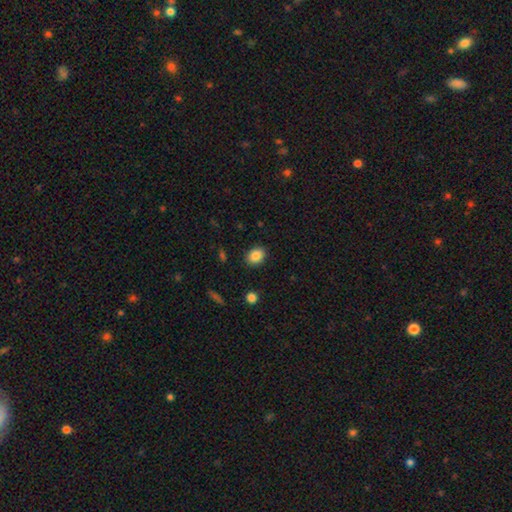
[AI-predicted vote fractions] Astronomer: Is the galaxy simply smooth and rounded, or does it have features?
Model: smooth — 86%.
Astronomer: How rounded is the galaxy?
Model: in between — 59% (runner-up: round, 40%).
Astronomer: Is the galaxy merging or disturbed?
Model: none — 89%.